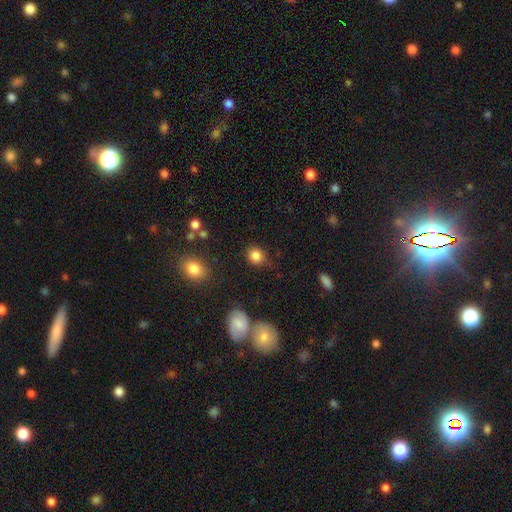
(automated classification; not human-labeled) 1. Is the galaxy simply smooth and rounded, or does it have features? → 84% smooth, 11% star or artifact, 5% featured or disk.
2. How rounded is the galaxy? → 79% round, 20% in between, 1% cigar-shaped.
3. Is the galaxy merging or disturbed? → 79% none, 15% minor disturbance, 4% major disturbance, 3% merger.